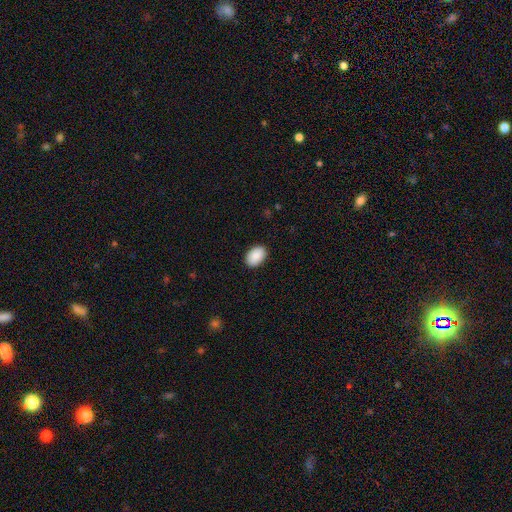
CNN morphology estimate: Q: Smooth or featured?
A: smooth (91%); runner-up: star or artifact (6%)
Q: How rounded?
A: in between (88%); runner-up: round (11%)
Q: Merging?
A: none (89%); runner-up: minor disturbance (8%)